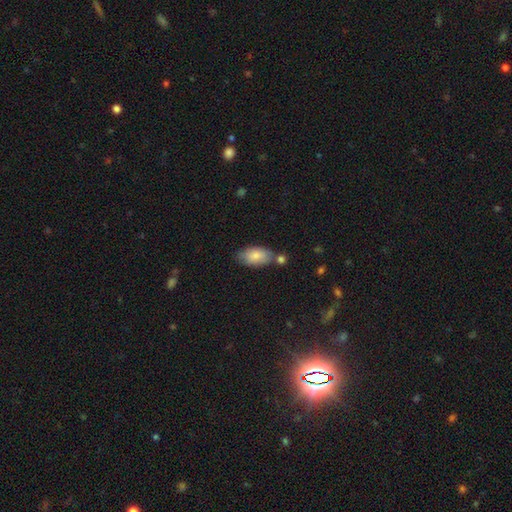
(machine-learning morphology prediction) smooth-or-featured: smooth: 81% | featured or disk: 12% | star or artifact: 6%
  how-rounded: in between: 93% | round: 4% | cigar-shaped: 4%
  merging: none: 65% | minor disturbance: 17% | merger: 14% | major disturbance: 4%